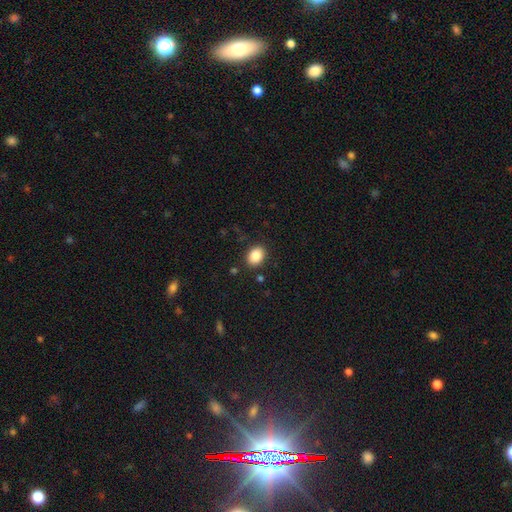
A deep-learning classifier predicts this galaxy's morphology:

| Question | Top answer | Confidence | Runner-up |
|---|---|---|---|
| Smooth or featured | smooth | 86% | star or artifact (9%) |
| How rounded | in between | 66% | round (33%) |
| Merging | none | 88% | minor disturbance (8%) |